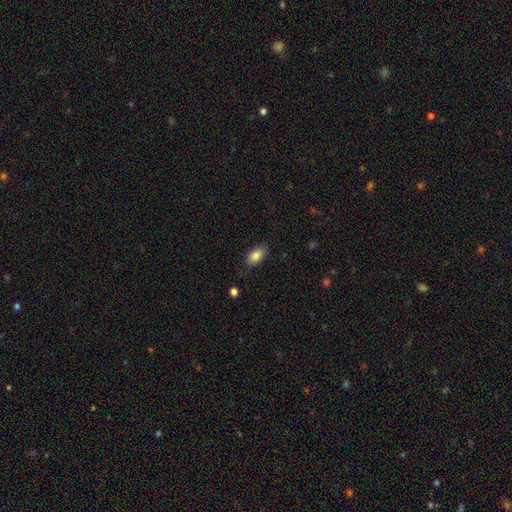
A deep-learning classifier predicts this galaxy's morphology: smooth-or-featured: smooth: 84% | featured or disk: 9% | star or artifact: 7%
  how-rounded: in between: 91% | cigar-shaped: 5% | round: 4%
  merging: none: 76% | minor disturbance: 18% | major disturbance: 4% | merger: 1%